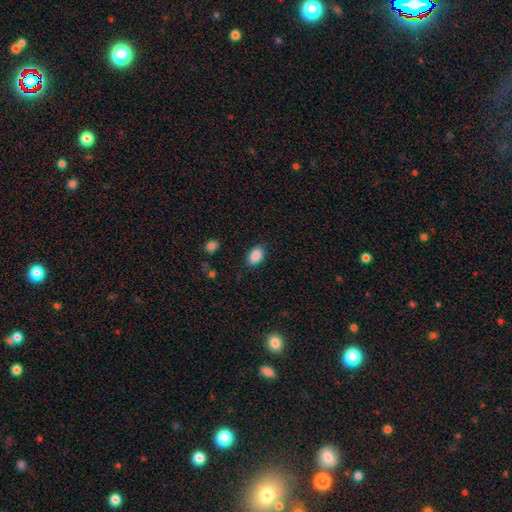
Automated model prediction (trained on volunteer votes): smooth-or-featured: smooth: 89% | star or artifact: 8% | featured or disk: 4%
  how-rounded: in between: 87% | round: 12% | cigar-shaped: 1%
  merging: none: 84% | minor disturbance: 12% | major disturbance: 3% | merger: 1%